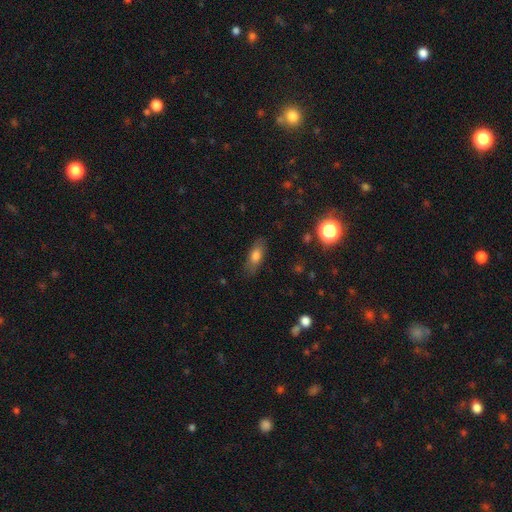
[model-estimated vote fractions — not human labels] Smooth or featured?
  - smooth: 73% *
  - featured or disk: 18%
  - star or artifact: 9%
How rounded?
  - in between: 72% *
  - cigar-shaped: 24%
  - round: 4%
Merging?
  - none: 81% *
  - minor disturbance: 14%
  - major disturbance: 4%
  - merger: 1%